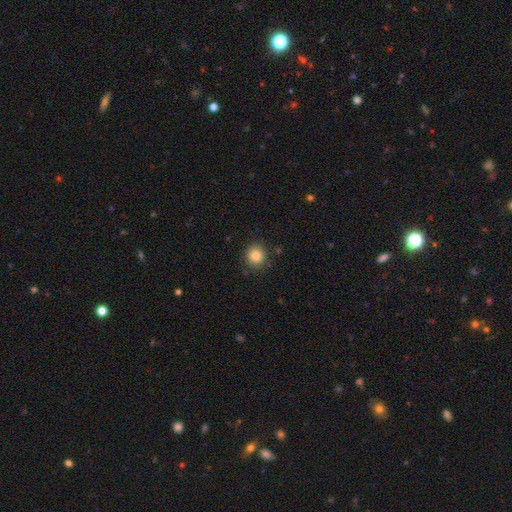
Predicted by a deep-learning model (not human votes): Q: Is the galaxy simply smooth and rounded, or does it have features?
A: smooth — 83%.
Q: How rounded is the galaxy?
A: round — 89%.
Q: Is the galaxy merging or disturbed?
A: none — 89%.